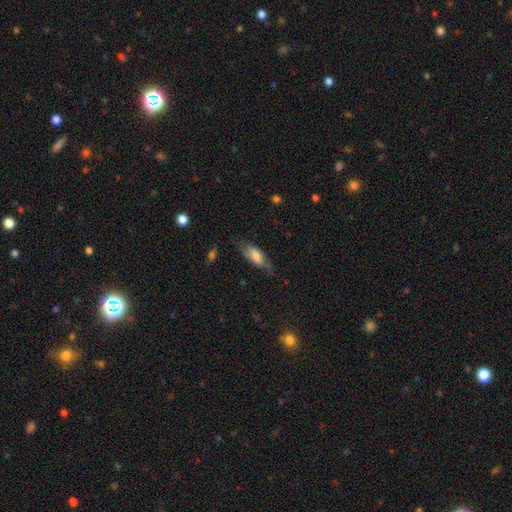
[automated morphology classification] smooth 62%, featured or disk 31%, star or artifact 7%. Down the decision tree: how rounded — in between (64%); merging — none (62%).